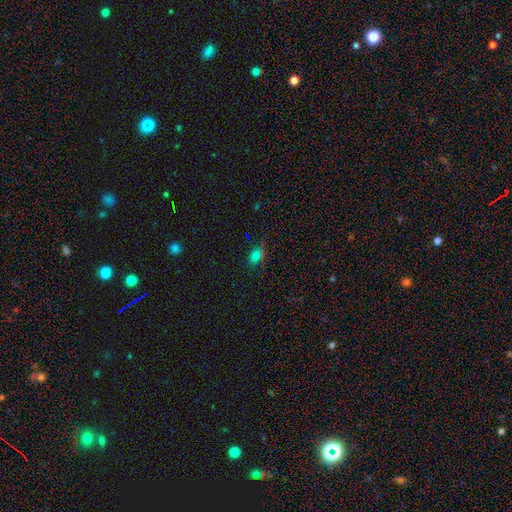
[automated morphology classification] smooth-or-featured: smooth: 61% | star or artifact: 31% | featured or disk: 8%
  how-rounded: in between: 68% | round: 28% | cigar-shaped: 5%
  merging: none: 73% | minor disturbance: 17% | major disturbance: 6% | merger: 4%